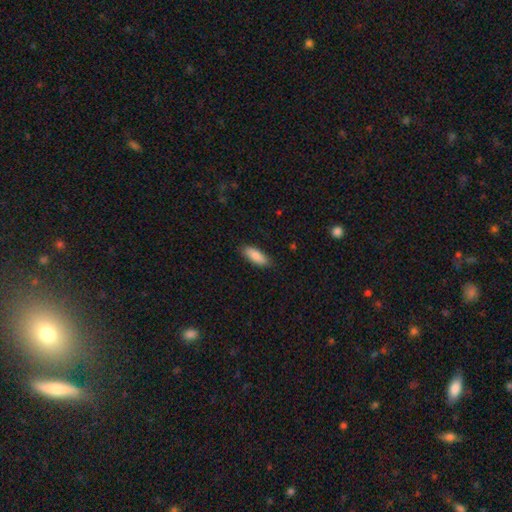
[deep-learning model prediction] A smooth galaxy with no disk features (86%) that is in between round and cigar-shaped (69%).

Vote fractions:
- Smooth or featured? smooth: 86% / featured or disk: 8% / star or artifact: 6%
- How rounded? in between: 69% / cigar-shaped: 29% / round: 2%
- Merging? none: 86% / minor disturbance: 11% / major disturbance: 2% / merger: 1%